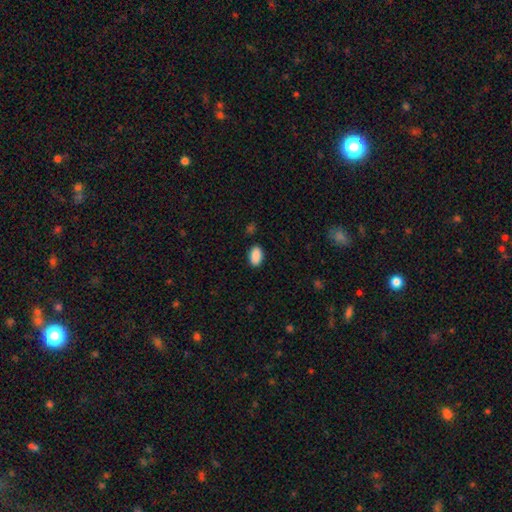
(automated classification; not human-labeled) smooth 90%, star or artifact 7%, featured or disk 3%. Down the decision tree: how rounded — in between (93%); merging — none (88%).